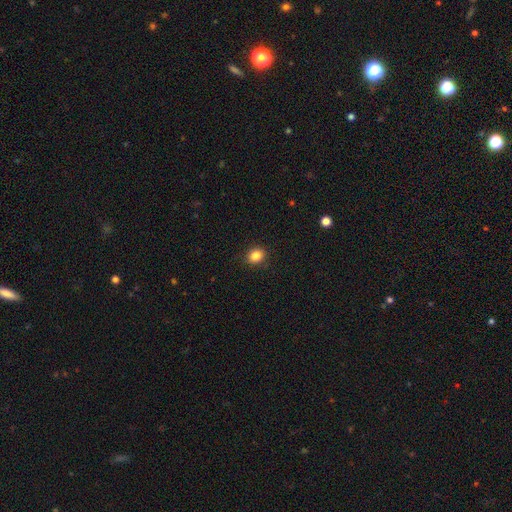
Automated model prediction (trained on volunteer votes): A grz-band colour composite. It shows a smooth galaxy with no disk features (86%) that is round (63%). Merging: none (89%).